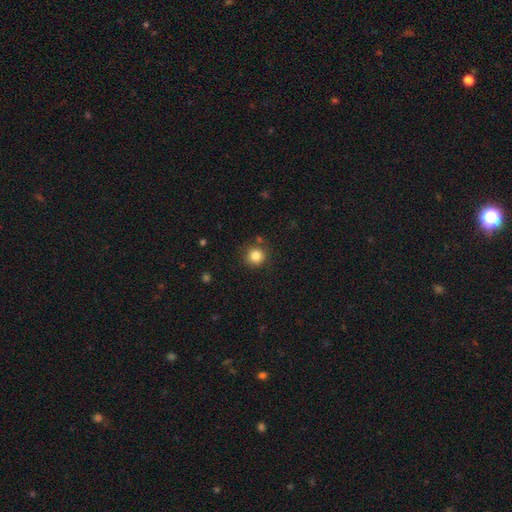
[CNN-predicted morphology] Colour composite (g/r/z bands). It shows a smooth galaxy with no disk features (83%) that is round (92%). Merging: none (84%).